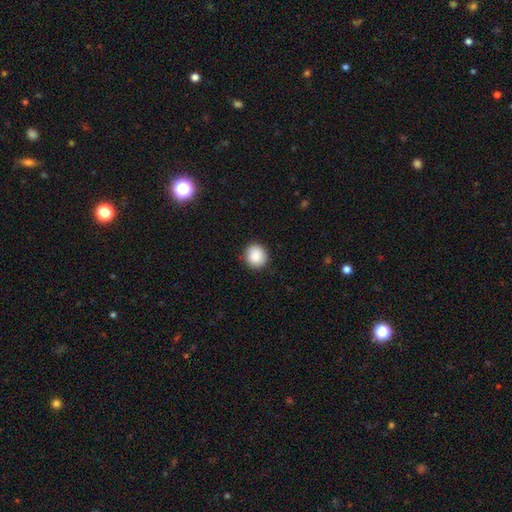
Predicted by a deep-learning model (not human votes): Smooth or featured? smooth (88%)
How rounded? round (89%)
Merging? none (90%)